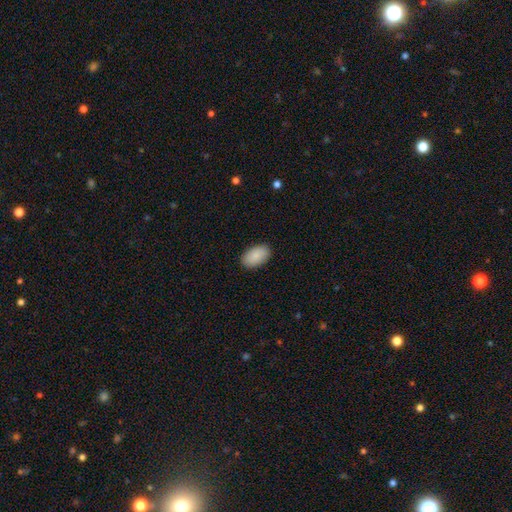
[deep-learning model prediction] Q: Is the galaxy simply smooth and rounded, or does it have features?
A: smooth — 89%.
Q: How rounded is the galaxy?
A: in between — 95%.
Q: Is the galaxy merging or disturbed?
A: none — 89%.